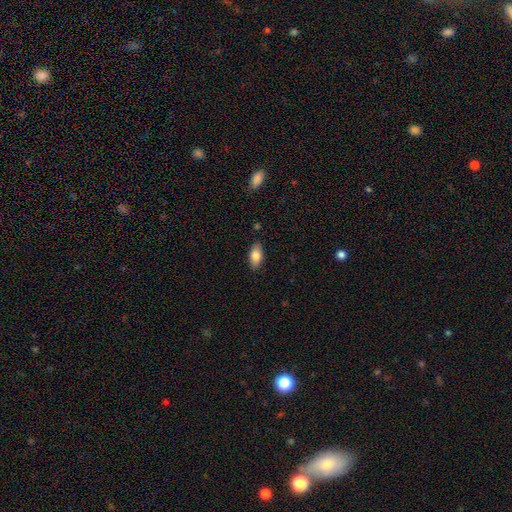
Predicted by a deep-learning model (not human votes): Smooth or featured? smooth (83%)
How rounded? in between (90%)
Merging? none (85%)